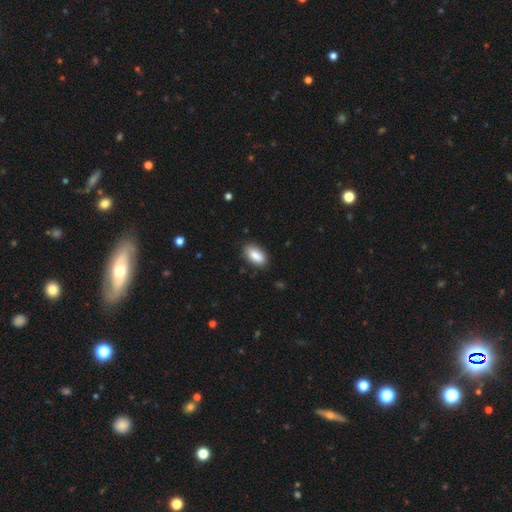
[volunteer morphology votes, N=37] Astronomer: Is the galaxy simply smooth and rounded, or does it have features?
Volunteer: smooth — 92%.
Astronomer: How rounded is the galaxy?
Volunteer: in between — 88%.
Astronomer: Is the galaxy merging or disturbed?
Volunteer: none — 71%.